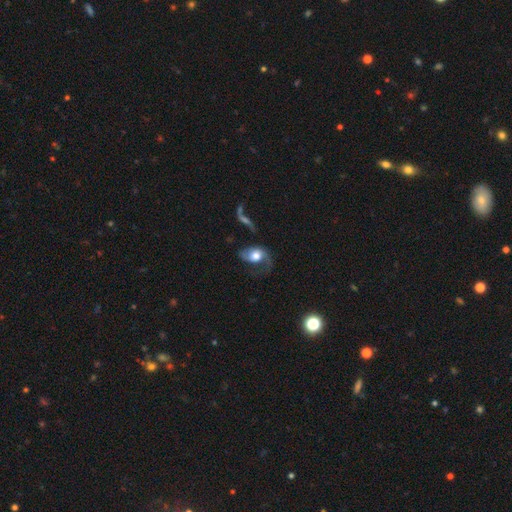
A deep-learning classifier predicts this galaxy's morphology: A featured or disk galaxy (54%) with no bar (71%), spiral arms (80%) and a large central bulge (44%). Merging: major disturbance (41%).